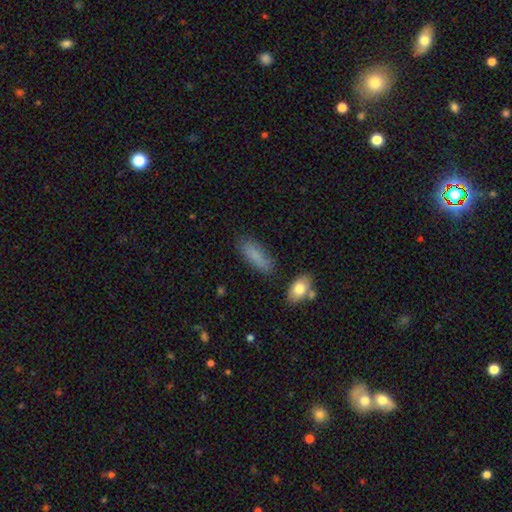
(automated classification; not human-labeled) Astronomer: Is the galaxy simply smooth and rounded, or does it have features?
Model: smooth — 84%.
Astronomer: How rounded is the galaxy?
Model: in between — 57% (runner-up: cigar-shaped, 41%).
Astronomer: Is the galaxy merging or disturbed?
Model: none — 76%.